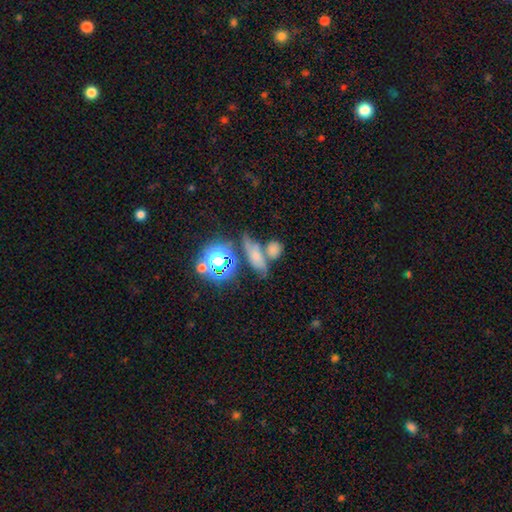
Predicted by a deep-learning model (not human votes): This is possibly a smooth galaxy (58%). How rounded: possibly in between (55%). Merging: possibly none (46%).